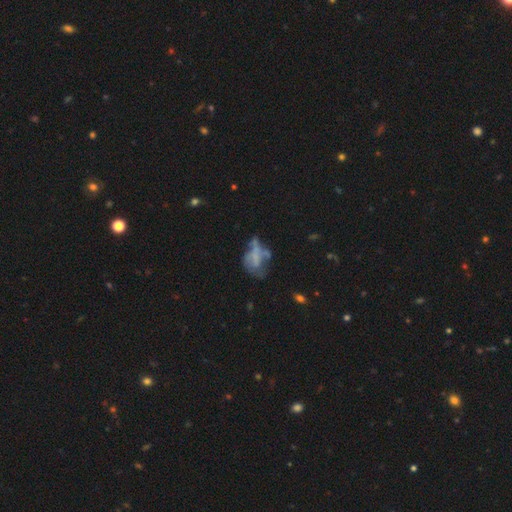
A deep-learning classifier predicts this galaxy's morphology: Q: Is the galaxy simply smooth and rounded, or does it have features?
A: featured or disk — 48%.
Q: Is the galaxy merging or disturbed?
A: major disturbance — 36%.